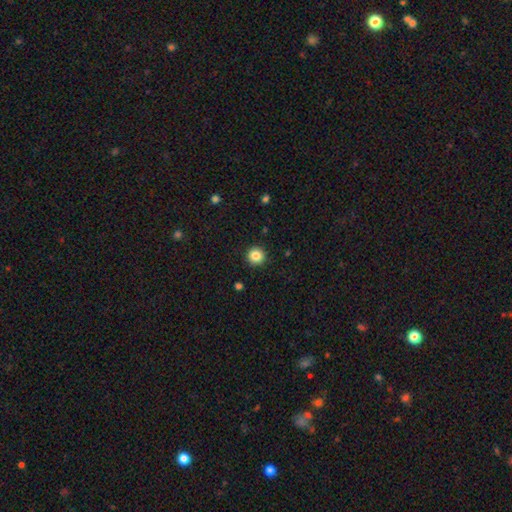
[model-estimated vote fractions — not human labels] This is clearly a smooth galaxy (84%). How rounded: clearly round (95%). Merging: clearly none (92%).